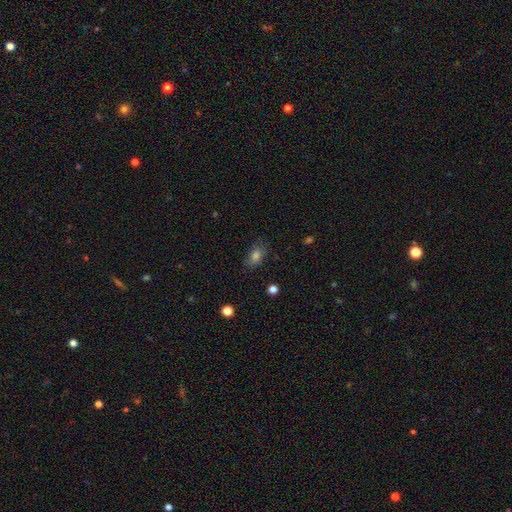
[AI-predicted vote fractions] A smooth galaxy with no disk features (76%) that is in between round and cigar-shaped (79%). Merging: none (78%).